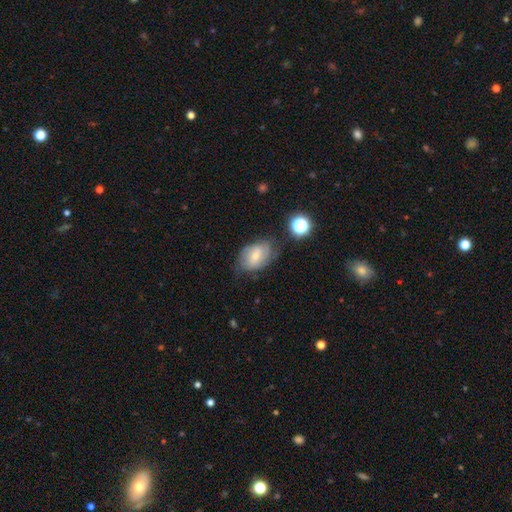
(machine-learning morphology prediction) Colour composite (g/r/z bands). It shows a featured or disk galaxy (45%, tied with smooth). Merging: none (59%).